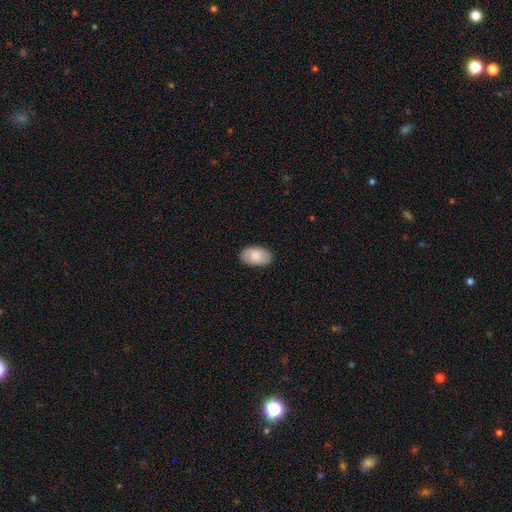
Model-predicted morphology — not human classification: type=smooth (80%); roundness=in between (93%); merging=none (87%).